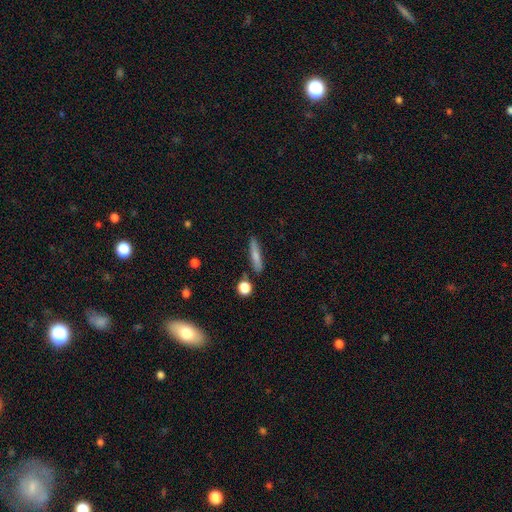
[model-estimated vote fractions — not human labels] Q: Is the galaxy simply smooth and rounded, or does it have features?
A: smooth — 71%.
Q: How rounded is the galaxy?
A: cigar-shaped — 85%.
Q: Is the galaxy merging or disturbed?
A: none — 82%.